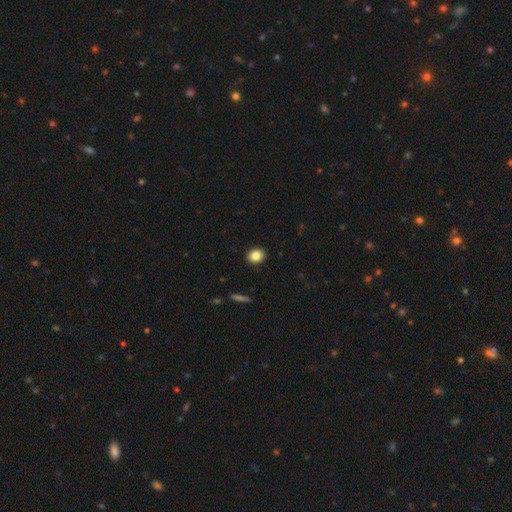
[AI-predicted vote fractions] This appears to be a smooth galaxy with no disk features (84%) that is round (71%). Merging: none (92%).